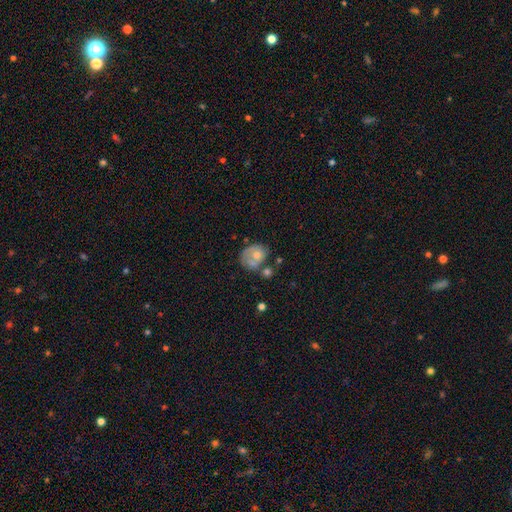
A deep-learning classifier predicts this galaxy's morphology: smooth 58%, featured or disk 35%, star or artifact 8%. Down the decision tree: how rounded — round (53%); merging — none (37%).